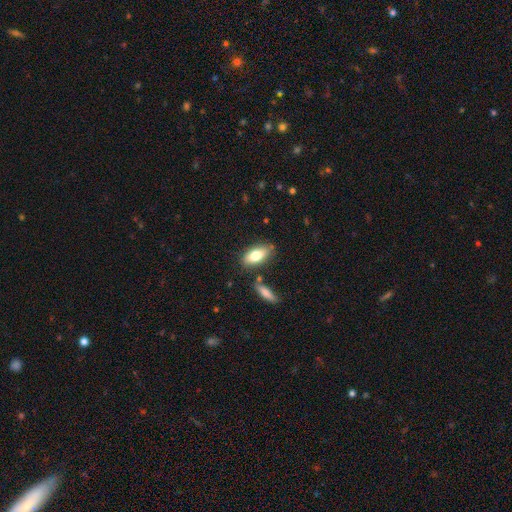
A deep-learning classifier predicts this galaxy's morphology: smooth_or_featured: smooth (p=0.77) [alt: featured or disk p=0.16]
how_rounded: in between (p=0.88) [alt: cigar-shaped p=0.09]
merging: none (p=0.76) [alt: minor disturbance p=0.13]